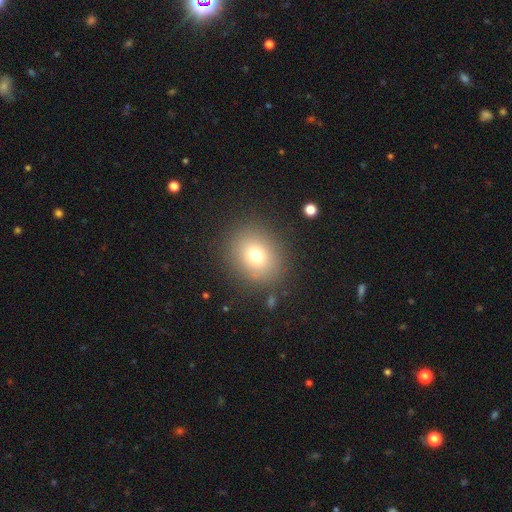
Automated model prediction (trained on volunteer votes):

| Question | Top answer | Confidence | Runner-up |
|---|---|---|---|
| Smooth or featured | smooth | 73% | star or artifact (15%) |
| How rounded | round | 72% | in between (27%) |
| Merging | none | 85% | minor disturbance (8%) |